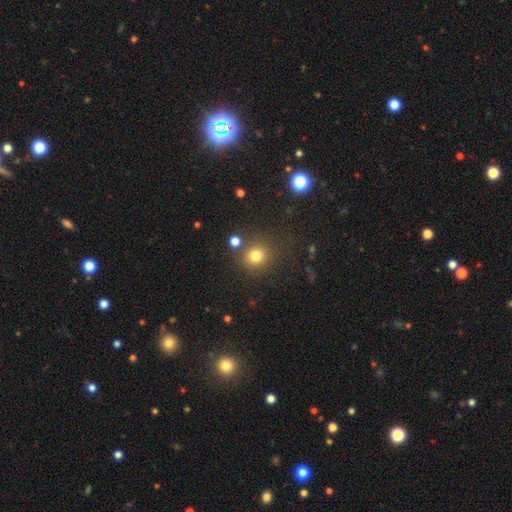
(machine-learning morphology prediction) type=smooth (79%); roundness=round (90%); merging=none (79%).